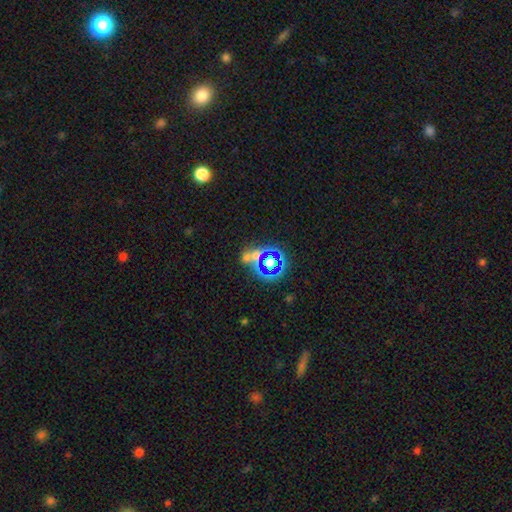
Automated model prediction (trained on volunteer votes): Smooth or featured? Predicted: star or artifact (p=0.57).